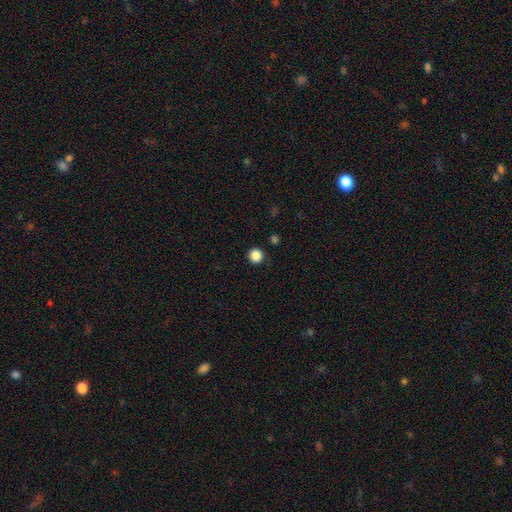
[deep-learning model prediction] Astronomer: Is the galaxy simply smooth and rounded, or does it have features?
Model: smooth — 87%.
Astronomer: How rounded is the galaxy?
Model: round — 95%.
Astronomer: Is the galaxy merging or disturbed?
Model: none — 92%.